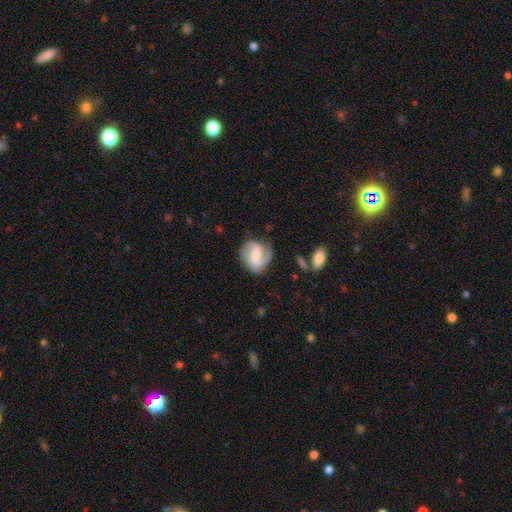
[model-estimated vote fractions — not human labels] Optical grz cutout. It shows a featured or disk galaxy (67%) with a weak bar (48%), 2 (72%) medium (45%) spiral arms (92%) and a small central bulge (35%). Merging: none (66%).